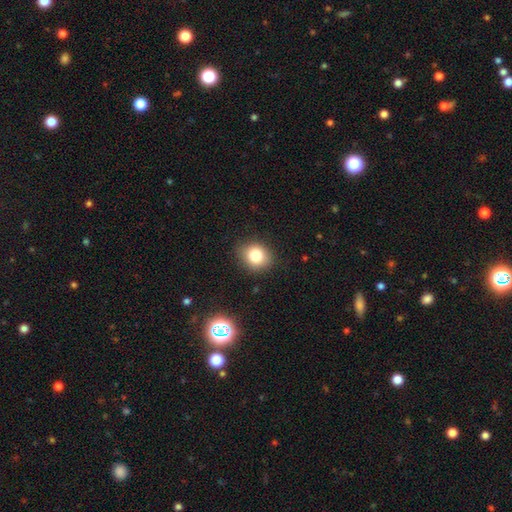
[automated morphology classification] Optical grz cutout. It shows a smooth galaxy with no disk features (80%) that is round (71%). Merging: none (86%).